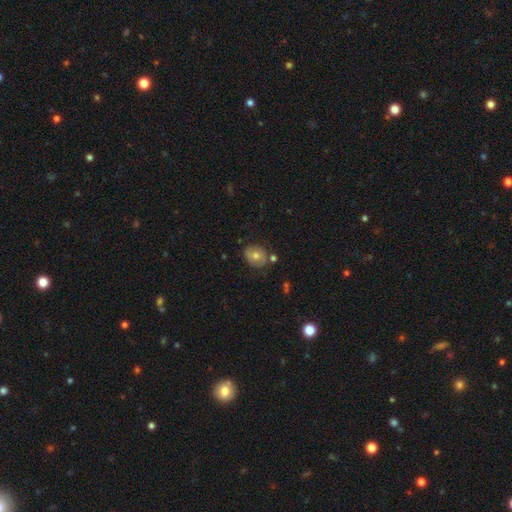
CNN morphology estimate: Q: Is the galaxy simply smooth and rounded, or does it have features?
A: smooth — 56%.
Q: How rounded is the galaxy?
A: round — 56%.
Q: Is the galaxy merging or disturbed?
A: none — 71%.